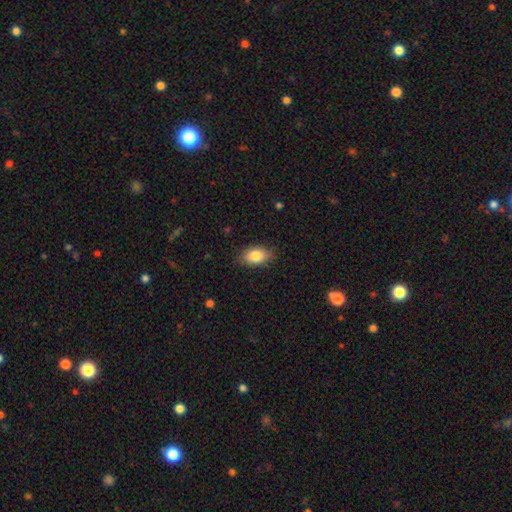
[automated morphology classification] Q: Smooth or featured?
A: smooth (84%); runner-up: featured or disk (9%)
Q: How rounded?
A: in between (89%); runner-up: round (9%)
Q: Merging?
A: none (83%); runner-up: minor disturbance (13%)